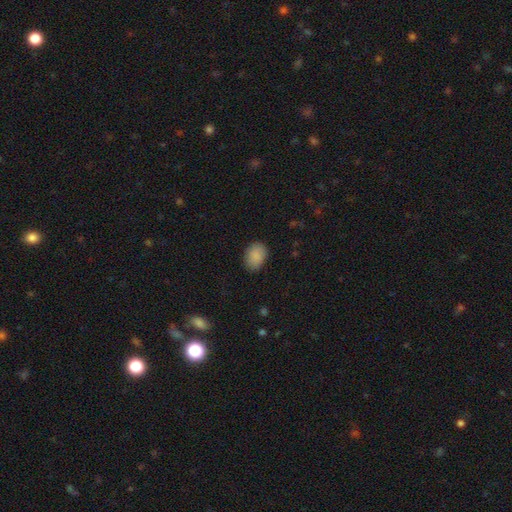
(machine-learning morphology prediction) A smooth galaxy with no disk features (89%) that is in between round and cigar-shaped (78%).

Vote fractions:
- Smooth or featured? smooth: 89% / star or artifact: 7% / featured or disk: 4%
- How rounded? in between: 78% / round: 21% / cigar-shaped: 1%
- Merging? none: 83% / minor disturbance: 13% / major disturbance: 3% / merger: 1%